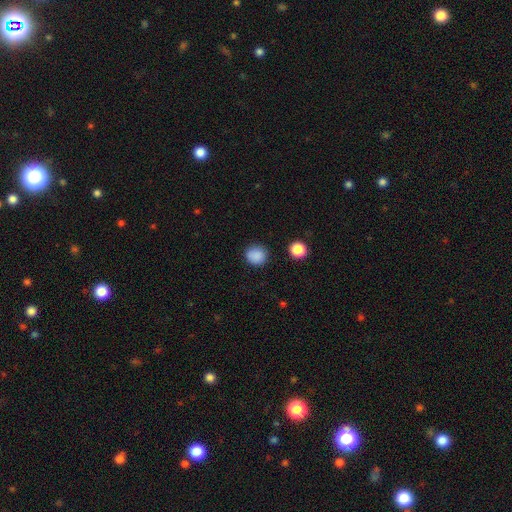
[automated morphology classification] Q: Smooth or featured?
A: smooth (86%); runner-up: star or artifact (11%)
Q: How rounded?
A: round (86%); runner-up: in between (13%)
Q: Merging?
A: none (85%); runner-up: minor disturbance (10%)